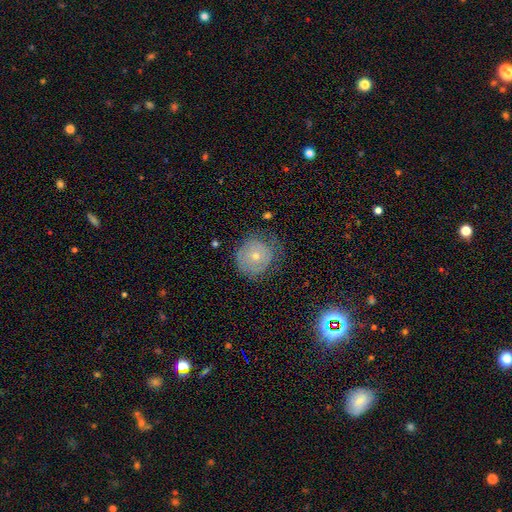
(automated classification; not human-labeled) This is possibly a featured or disk galaxy (57%). It is clearly not viewed edge-on (97%). Bar: clearly no (87%). Spiral arm pattern: likely yes (70%). Central bulge: possibly small (59%). Merging: likely none (70%).